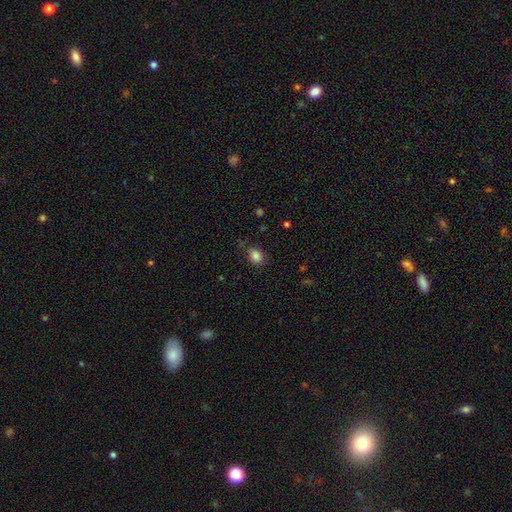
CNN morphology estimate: Smooth or featured: smooth — 85% (star or artifact — 10%)
How rounded: in between — 58% (round — 41%)
Merging: none — 79% (minor disturbance — 15%)